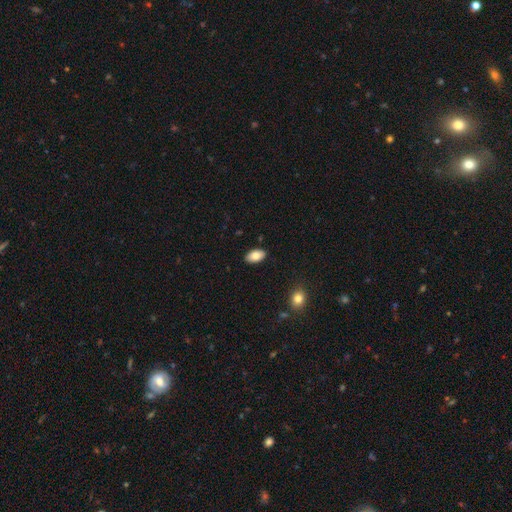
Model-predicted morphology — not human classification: This is clearly a smooth galaxy (84%). How rounded: clearly in between (94%). Merging: clearly none (88%).